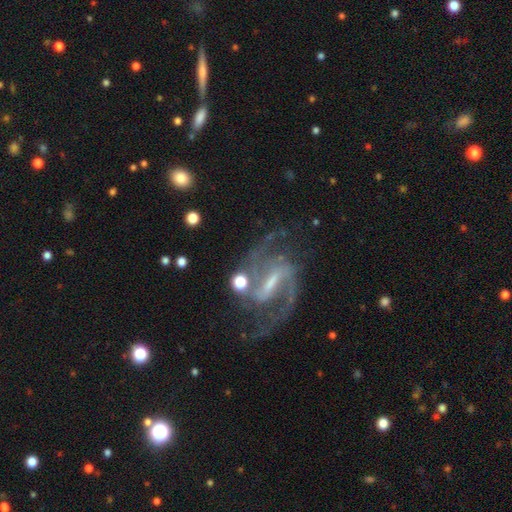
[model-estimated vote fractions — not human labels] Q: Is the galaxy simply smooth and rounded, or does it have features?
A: featured or disk — 90%.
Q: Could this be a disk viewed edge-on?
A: no — 97%.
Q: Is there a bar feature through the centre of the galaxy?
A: strong — 62%.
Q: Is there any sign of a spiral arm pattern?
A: yes — 98%.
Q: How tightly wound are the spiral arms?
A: medium — 61%.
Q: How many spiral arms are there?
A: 2 — 91%.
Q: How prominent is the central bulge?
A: small — 62%.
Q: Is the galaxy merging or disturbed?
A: none — 72%.